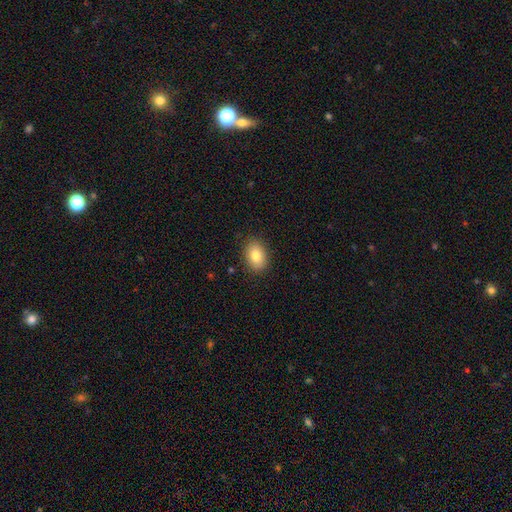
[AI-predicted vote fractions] Smooth or featured: smooth — 83% (featured or disk — 9%)
How rounded: in between — 82% (round — 17%)
Merging: none — 88% (minor disturbance — 9%)